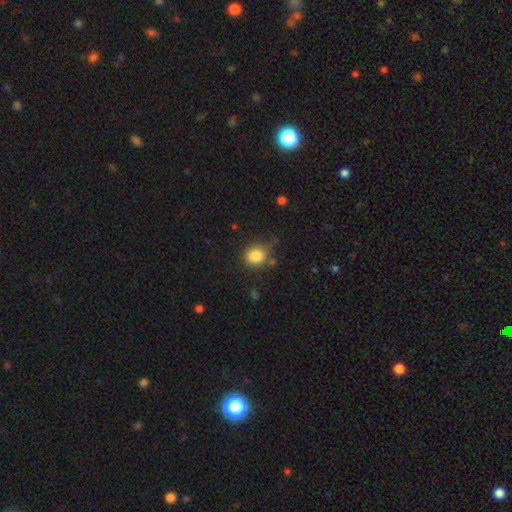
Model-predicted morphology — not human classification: A smooth galaxy with no disk features (84%) that is round (77%). Merging: none (72%).